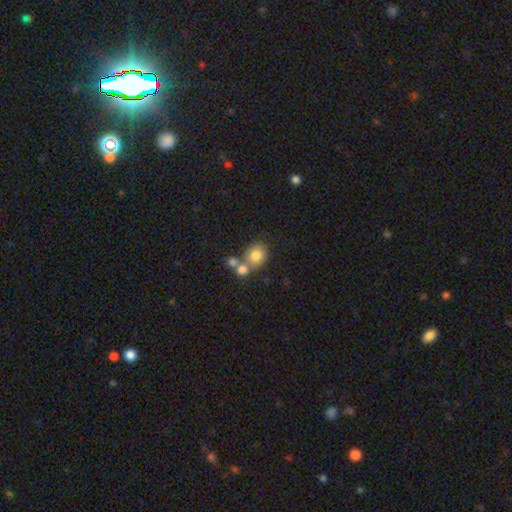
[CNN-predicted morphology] smooth-or-featured: smooth: 79% | featured or disk: 11% | star or artifact: 10%
  how-rounded: round: 64% | in between: 35% | cigar-shaped: 1%
  merging: none: 44% | merger: 41% | minor disturbance: 10% | major disturbance: 4%